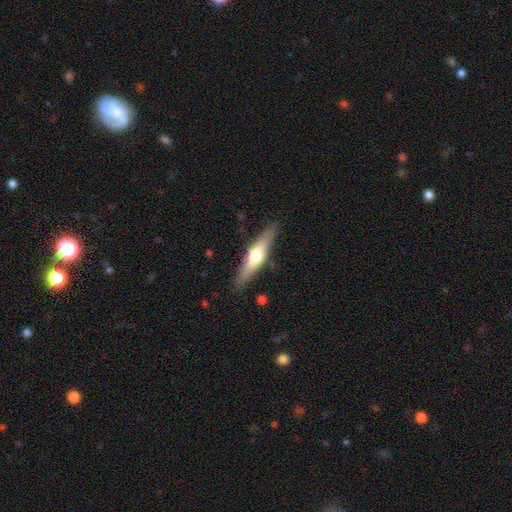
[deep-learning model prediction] The model was most divided on "smooth or featured": featured or disk: 56%, smooth: 39%, star or artifact: 5%. More confident: edge-on disk — yes (94%); edge-on bulge — rounded (91%); merging — none (87%).